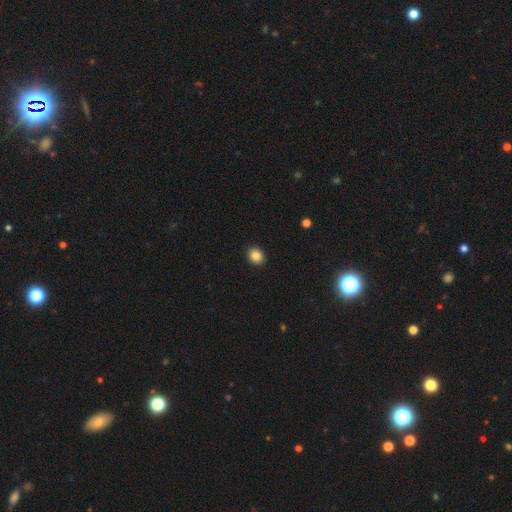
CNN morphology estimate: smooth_or_featured: smooth (p=0.85) [alt: star or artifact p=0.10]
how_rounded: round (p=0.60) [alt: in between p=0.39]
merging: none (p=0.92) [alt: minor disturbance p=0.06]